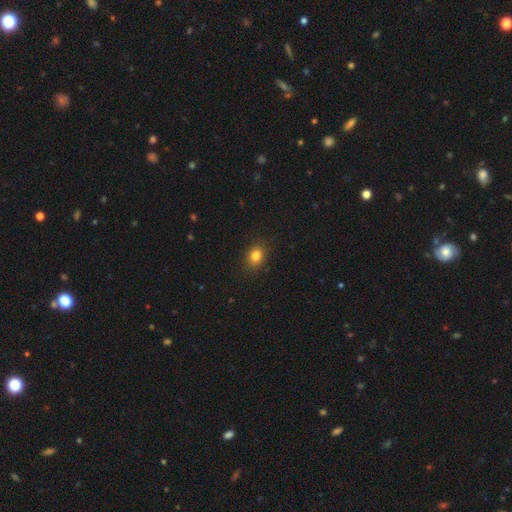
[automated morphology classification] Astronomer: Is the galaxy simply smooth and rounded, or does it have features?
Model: smooth — 83%.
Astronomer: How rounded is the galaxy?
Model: in between — 58% (runner-up: round, 40%).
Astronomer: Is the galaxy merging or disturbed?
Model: none — 85%.